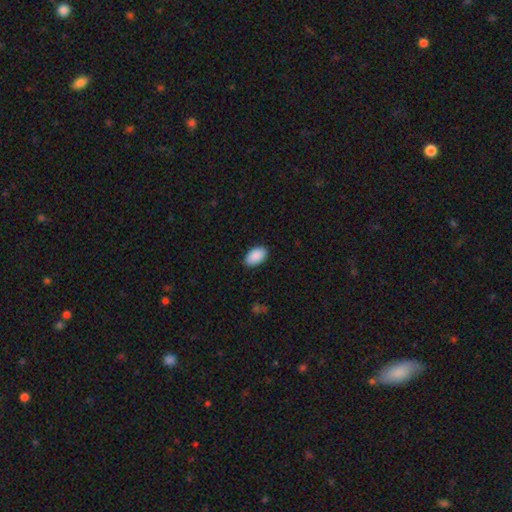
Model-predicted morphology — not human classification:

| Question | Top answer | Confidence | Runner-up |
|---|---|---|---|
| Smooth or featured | smooth | 91% | star or artifact (6%) |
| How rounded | in between | 94% | round (5%) |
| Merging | none | 88% | minor disturbance (10%) |